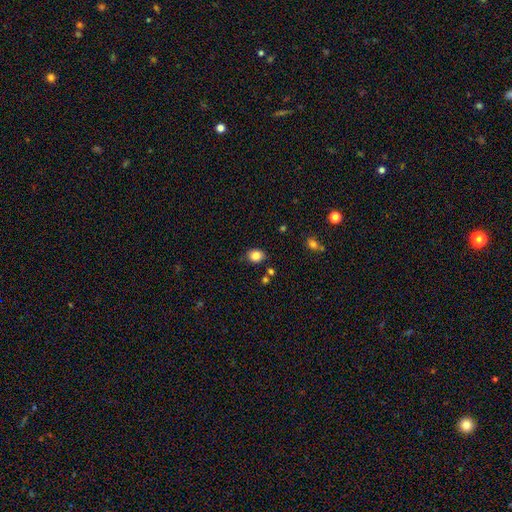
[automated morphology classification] Overall: smooth (84%). How rounded: round (58%; in between 41%). Merging: none (83%).